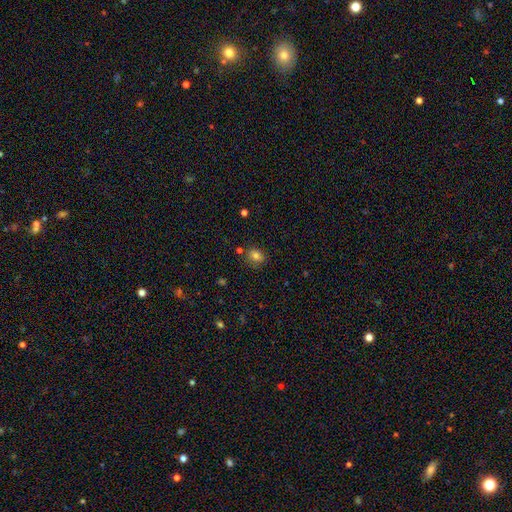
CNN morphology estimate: Smooth or featured? smooth (79%)
How rounded? round (58%)
Merging? none (77%)